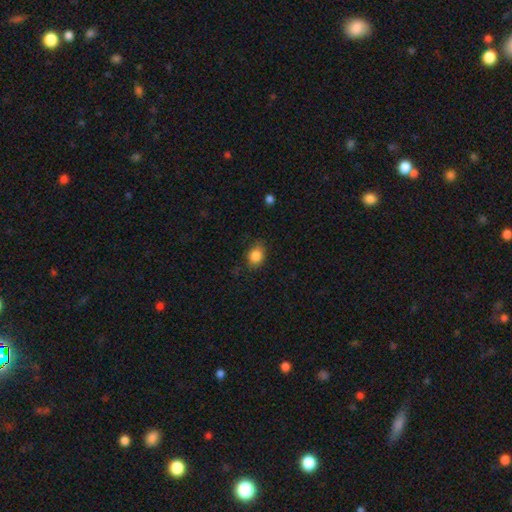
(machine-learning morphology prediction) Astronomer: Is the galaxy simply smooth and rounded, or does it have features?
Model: smooth — 86%.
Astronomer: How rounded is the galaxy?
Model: in between — 52% (runner-up: round, 47%).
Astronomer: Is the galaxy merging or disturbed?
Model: none — 77%.